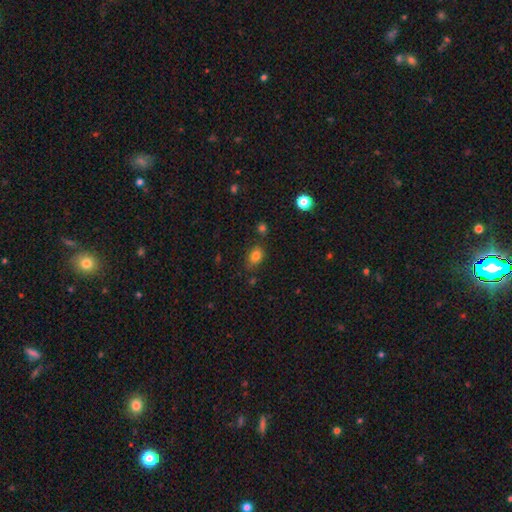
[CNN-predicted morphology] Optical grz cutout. It shows a smooth galaxy with no disk features (82%) that is in between round and cigar-shaped (76%). Merging: none (72%).